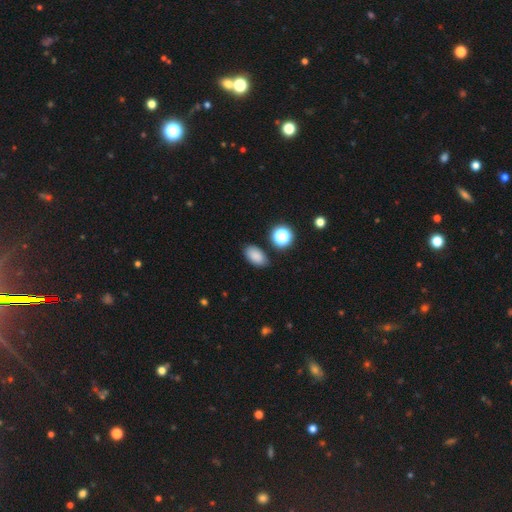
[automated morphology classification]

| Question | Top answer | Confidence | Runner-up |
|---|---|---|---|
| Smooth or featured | smooth | 84% | star or artifact (11%) |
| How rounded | in between | 91% | round (8%) |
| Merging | none | 84% | minor disturbance (11%) |